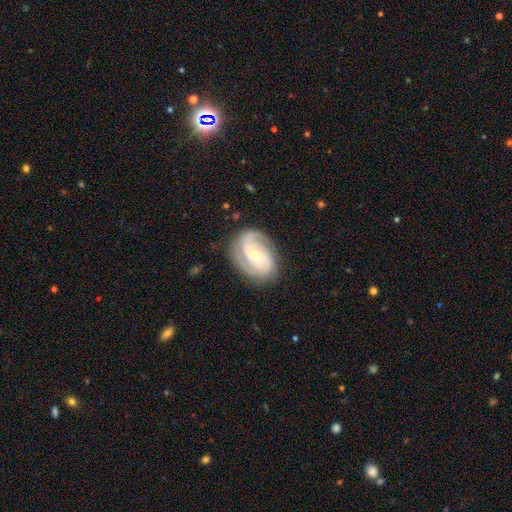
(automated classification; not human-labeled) This is clearly a featured or disk galaxy (86%). It is clearly not viewed edge-on (97%). Bar: possibly no (48%). Spiral arm pattern: clearly yes (97%). Spiral arm count: possibly 2 (50%). Spiral winding: possibly tight (54%). Central bulge: likely small (68%). Merging: likely none (77%).